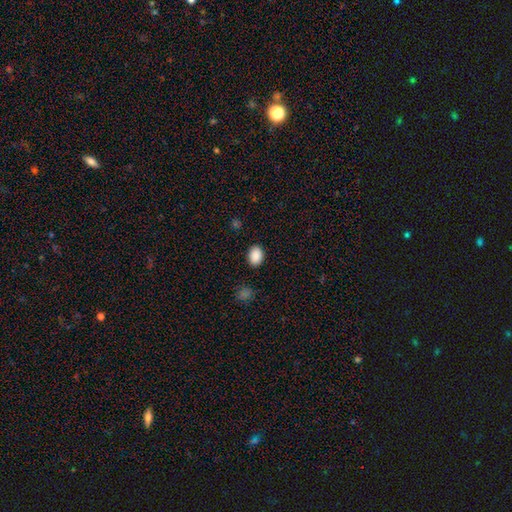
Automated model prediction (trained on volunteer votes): Overall: smooth (89%). How rounded: in between (75%). Merging: none (88%).